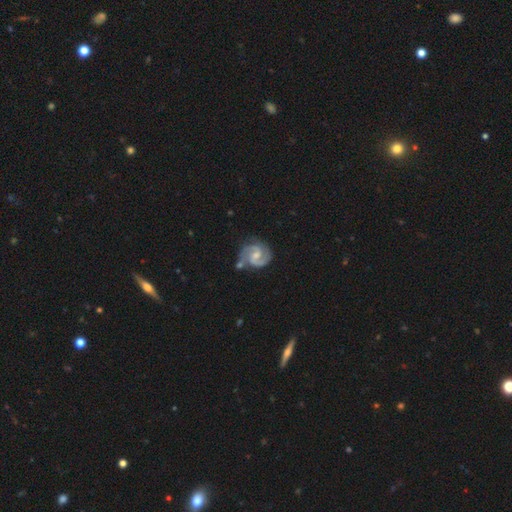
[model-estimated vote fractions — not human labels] smooth-or-featured: featured or disk: 90% | smooth: 5% | star or artifact: 4%
  disk-edge-on: no: 98% | yes: 2%
    bar: weak: 55% | no: 31% | strong: 14%
    has-spiral-arms: yes: 98% | no: 2%
      spiral-winding: medium: 59% | tight: 29% | loose: 13%
      spiral-arm-count: 2: 92% | 3: 3% | can't tell: 2% | 1: 1% | 4: 1% | more than 4: 1%
    bulge-size: small: 45% | moderate: 43% | none: 9% | large: 2% | dominant: 1%
  merging: none: 64% | minor disturbance: 18% | merger: 12% | major disturbance: 5%